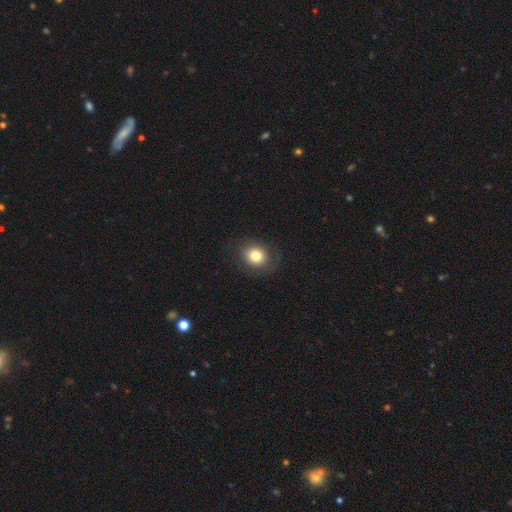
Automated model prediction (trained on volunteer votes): Smooth or featured: smooth — 78% (featured or disk — 12%)
How rounded: round — 70% (in between — 29%)
Merging: none — 80% (minor disturbance — 13%)